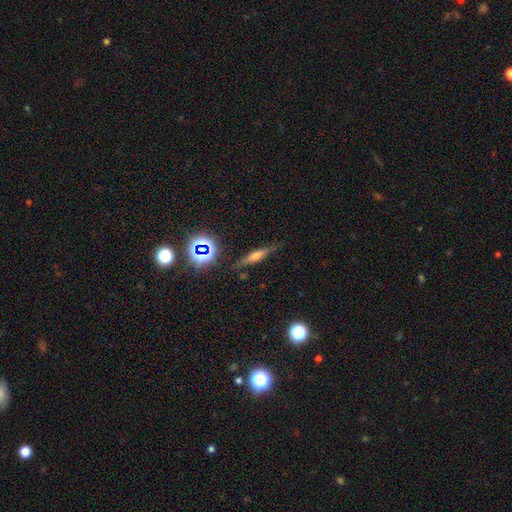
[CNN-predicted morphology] A featured or disk galaxy (43%).

Vote fractions:
- Smooth or featured? featured or disk: 43% / smooth: 40% / star or artifact: 17%
- Merging? none: 82% / minor disturbance: 13% / major disturbance: 3% / merger: 2%